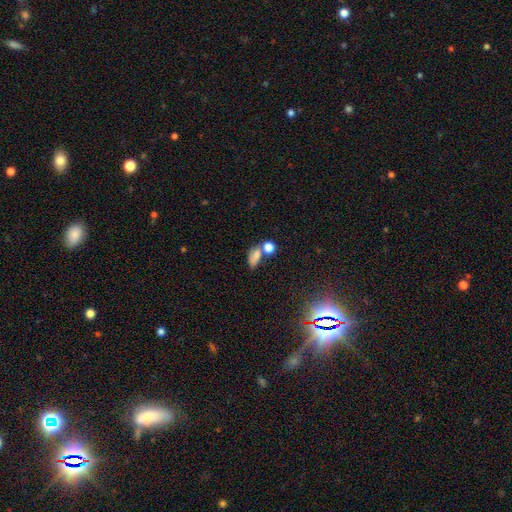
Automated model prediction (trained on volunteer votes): Morphology: type=smooth (70%); roundness=in between (76%); merging=merger (40%).